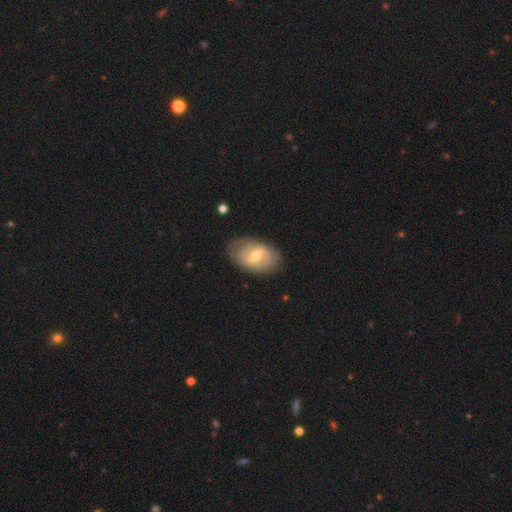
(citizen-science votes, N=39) This appears to be a featured or disk galaxy (67%) with a weak bar (48%), 2 (44%, tied with can't tell) tight (62%) spiral arms (64%) and a moderate central bulge (64%). Merging: none (82%).